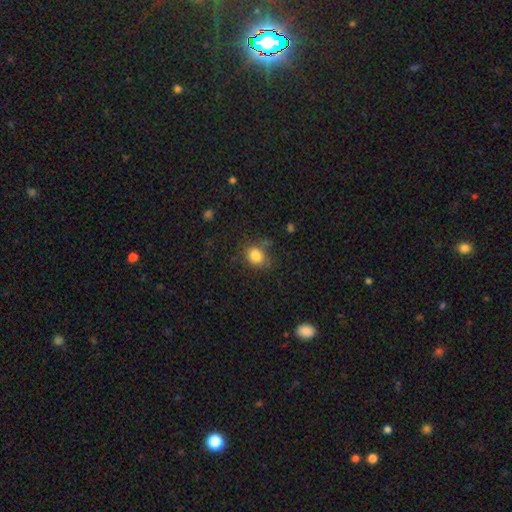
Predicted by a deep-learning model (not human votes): Q: Smooth or featured?
A: smooth (82%); runner-up: star or artifact (11%)
Q: How rounded?
A: round (58%); runner-up: in between (41%)
Q: Merging?
A: none (63%); runner-up: minor disturbance (24%)